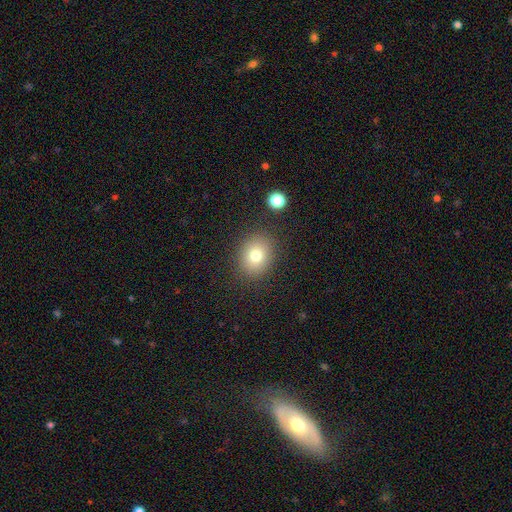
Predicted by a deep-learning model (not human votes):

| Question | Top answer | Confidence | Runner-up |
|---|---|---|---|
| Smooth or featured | smooth | 77% | star or artifact (13%) |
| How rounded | round | 60% | in between (39%) |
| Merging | none | 87% | minor disturbance (8%) |